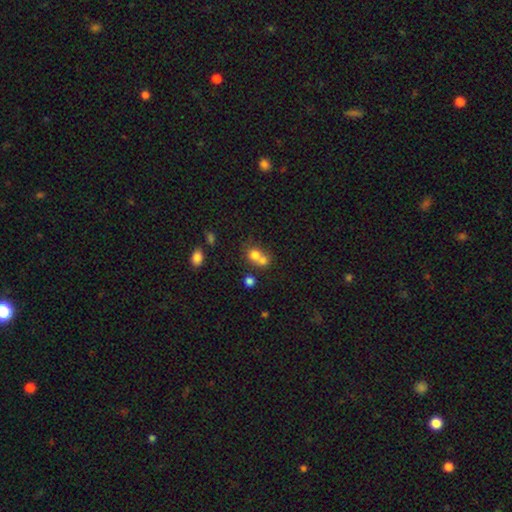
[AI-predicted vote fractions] This is likely a smooth galaxy (73%). How rounded: likely round (74%). Merging: likely merger (60%).